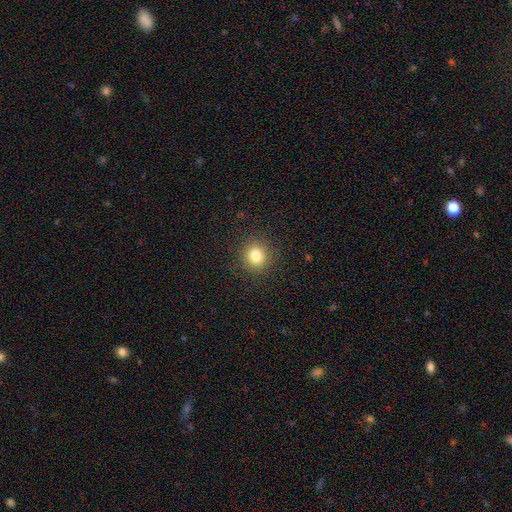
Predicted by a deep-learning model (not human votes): A smooth galaxy with no disk features (81%) that is round (85%). Merging: none (90%).